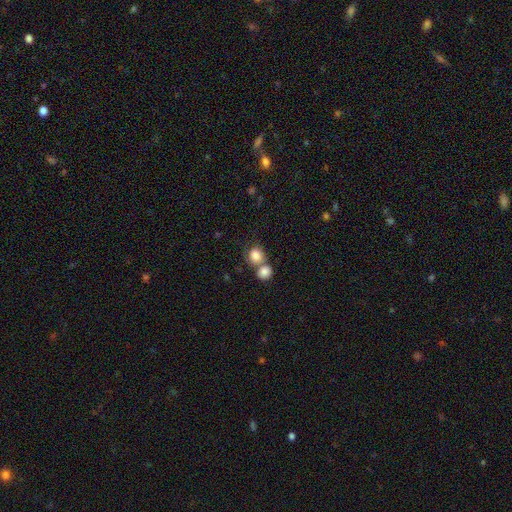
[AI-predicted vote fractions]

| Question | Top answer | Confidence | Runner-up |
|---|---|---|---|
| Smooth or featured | smooth | 83% | star or artifact (9%) |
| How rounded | round | 76% | in between (23%) |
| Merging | merger | 49% | none (39%) |